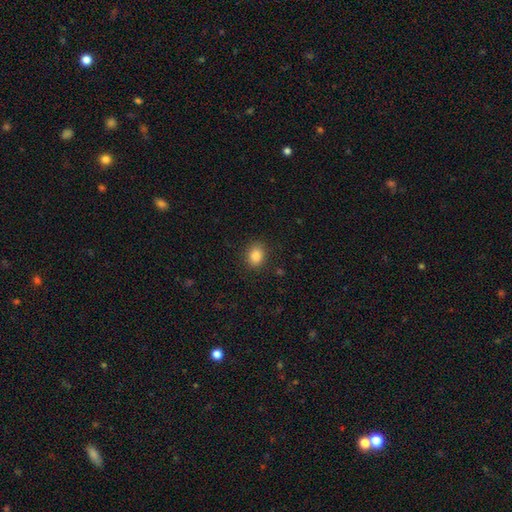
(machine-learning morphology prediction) smooth 86%, star or artifact 10%, featured or disk 5%. Down the decision tree: how rounded — in between (53%); merging — none (87%).